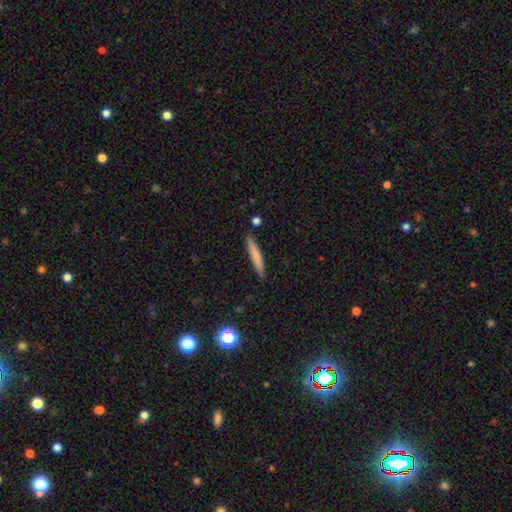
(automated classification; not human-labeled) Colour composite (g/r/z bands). It shows a smooth galaxy with no disk features (70%) that is cigar-shaped (94%). Merging: none (88%).